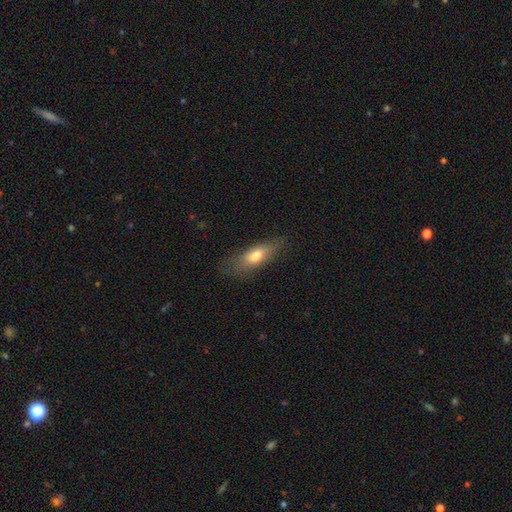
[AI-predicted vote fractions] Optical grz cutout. It shows a smooth galaxy with no disk features (71%) that is in between round and cigar-shaped (61%). Merging: none (73%).